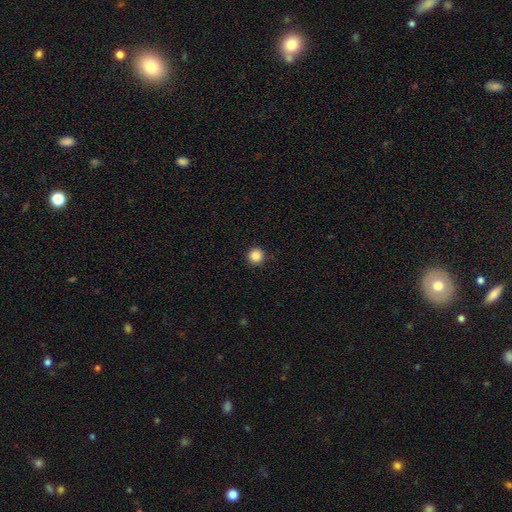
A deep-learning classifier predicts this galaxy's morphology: type=smooth (86%); roundness=round (96%); merging=none (93%).